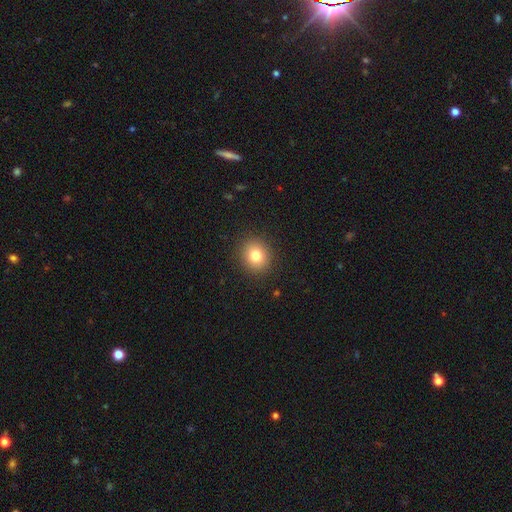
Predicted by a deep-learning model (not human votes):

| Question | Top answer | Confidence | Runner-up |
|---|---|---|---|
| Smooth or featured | smooth | 80% | star or artifact (11%) |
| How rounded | round | 82% | in between (17%) |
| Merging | none | 91% | minor disturbance (6%) |